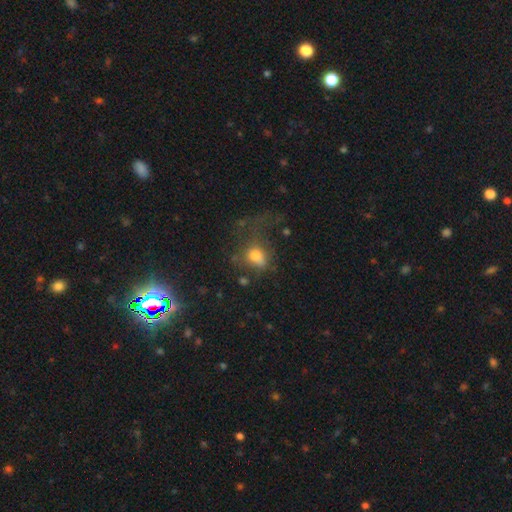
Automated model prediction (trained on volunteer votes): This is likely a smooth galaxy (69%). How rounded: possibly in between (56%). Merging: possibly major disturbance (47%).